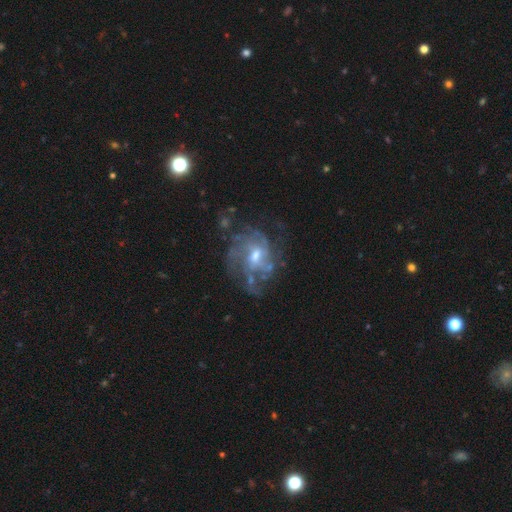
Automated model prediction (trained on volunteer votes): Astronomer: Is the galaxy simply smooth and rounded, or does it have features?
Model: featured or disk — 81%.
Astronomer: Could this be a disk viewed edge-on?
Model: no — 97%.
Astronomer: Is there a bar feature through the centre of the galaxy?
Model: no — 49% (runner-up: weak, 43%).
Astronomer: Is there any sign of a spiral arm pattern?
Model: yes — 86%.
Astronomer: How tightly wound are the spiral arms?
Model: tight — 42% (runner-up: medium, 41%).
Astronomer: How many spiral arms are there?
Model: can't tell — 42% (runner-up: 4, 19%).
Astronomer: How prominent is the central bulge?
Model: moderate — 56% (runner-up: small, 38%).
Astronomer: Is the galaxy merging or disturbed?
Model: none — 61%.